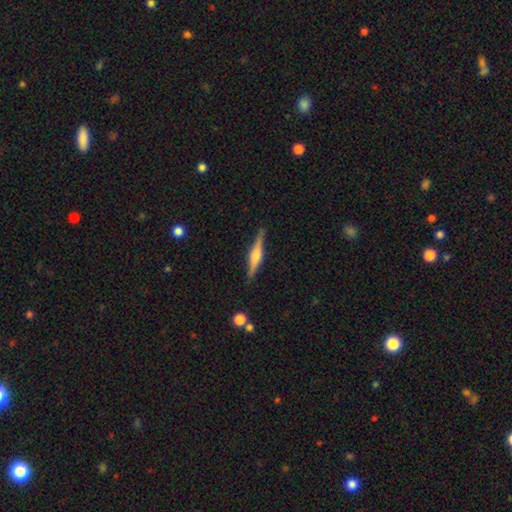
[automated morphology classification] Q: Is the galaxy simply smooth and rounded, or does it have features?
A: featured or disk — 72%.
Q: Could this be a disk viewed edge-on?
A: yes — 98%.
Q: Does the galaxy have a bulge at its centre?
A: rounded — 79%.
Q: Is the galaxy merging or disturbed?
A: none — 88%.